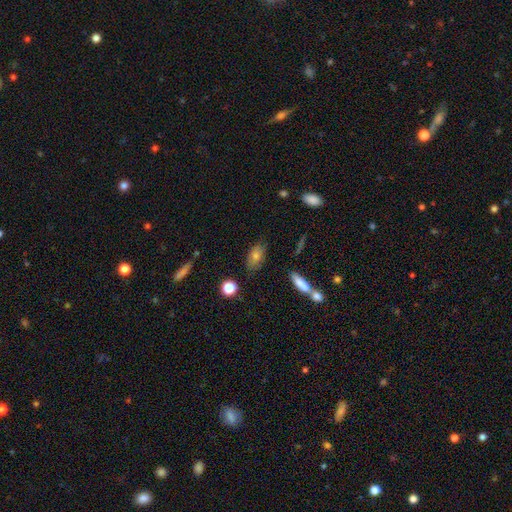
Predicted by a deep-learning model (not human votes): This is likely a smooth galaxy (76%). How rounded: clearly in between (87%). Merging: likely none (75%).